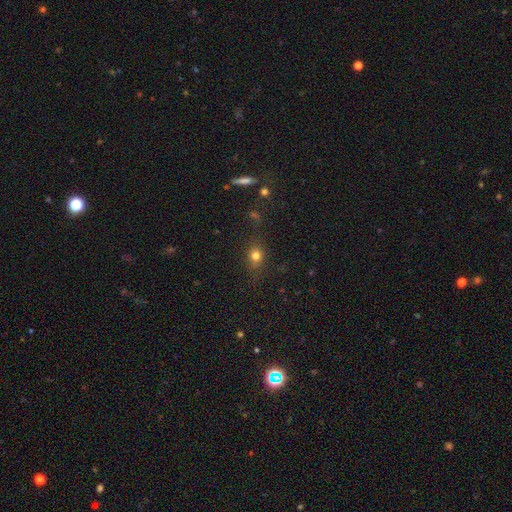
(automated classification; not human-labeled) This is likely a smooth galaxy (73%). How rounded: likely round (62%). Merging: likely none (80%).